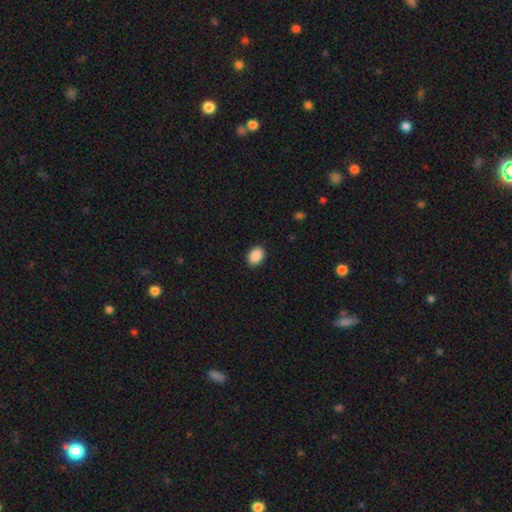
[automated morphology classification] type=smooth (90%); roundness=in between (81%); merging=none (90%).